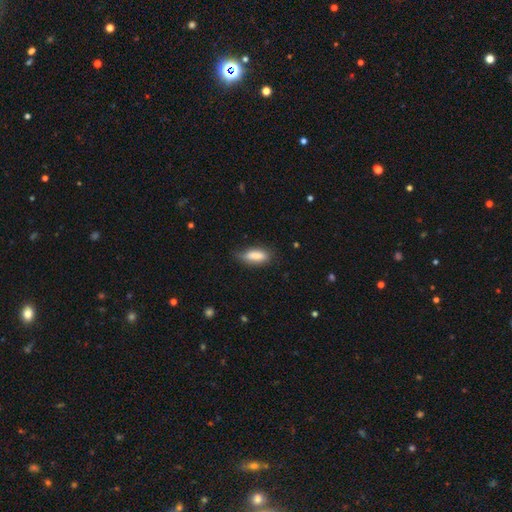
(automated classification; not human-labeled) smooth_or_featured: smooth (p=0.83) [alt: featured or disk p=0.10]
how_rounded: in between (p=0.67) [alt: cigar-shaped p=0.30]
merging: none (p=0.71) [alt: minor disturbance p=0.23]